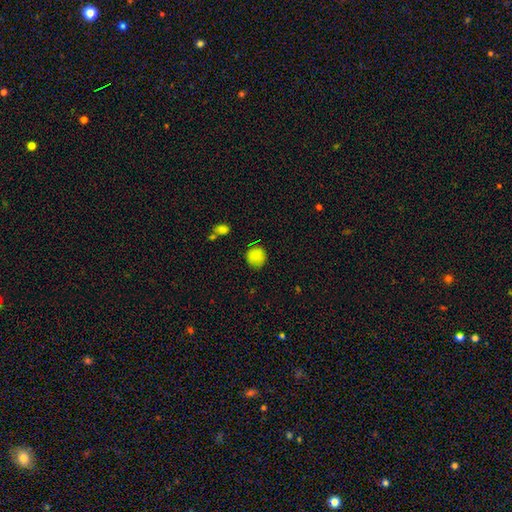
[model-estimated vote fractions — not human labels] smooth_or_featured: smooth (p=0.84) [alt: star or artifact p=0.09]
how_rounded: round (p=0.90) [alt: in between p=0.09]
merging: none (p=0.82) [alt: minor disturbance p=0.13]